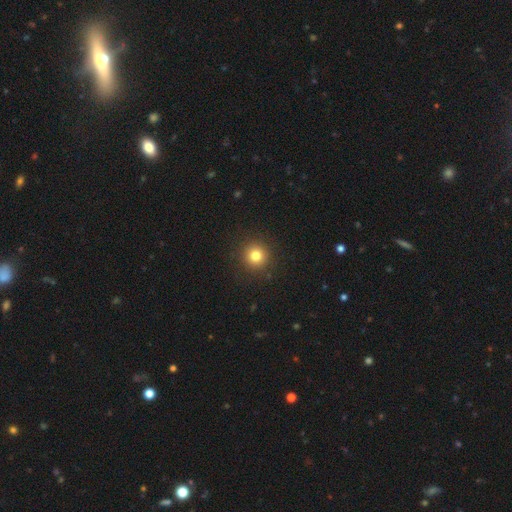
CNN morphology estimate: Q: Smooth or featured?
A: smooth (80%); runner-up: star or artifact (13%)
Q: How rounded?
A: round (95%); runner-up: in between (4%)
Q: Merging?
A: none (91%); runner-up: minor disturbance (5%)